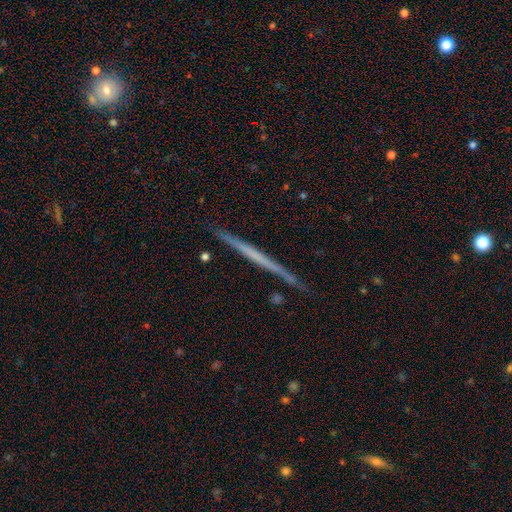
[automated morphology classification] type=featured or disk (62%); edge-on=yes (98%); edge-on bulge=none (90%); merging=none (90%).